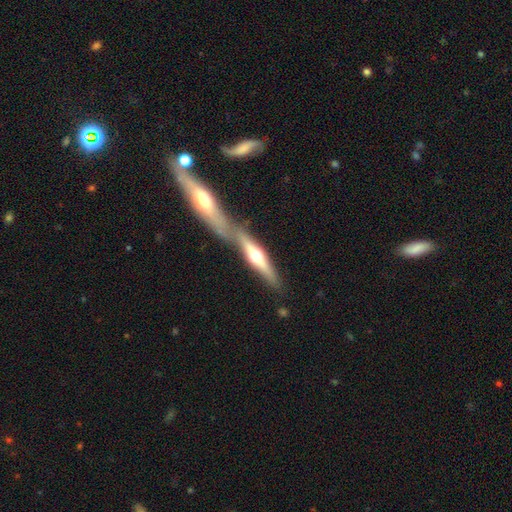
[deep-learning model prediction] Overall: featured or disk (60%; smooth 34%). Edge-on disk: yes (93%). Edge-on bulge: rounded (92%). Merging: none (47%; merger 38%).